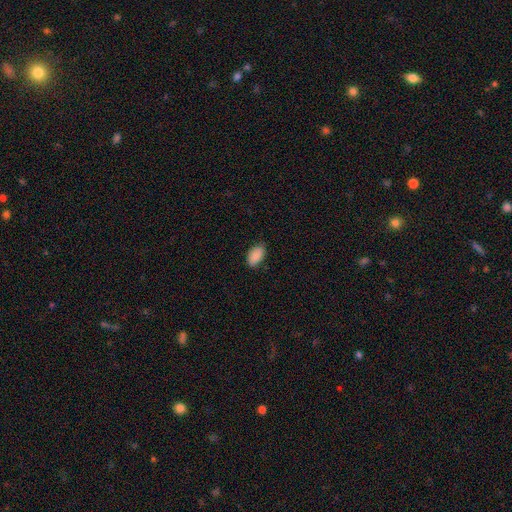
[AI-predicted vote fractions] Morphology: type=smooth (89%); roundness=in between (94%); merging=none (83%).